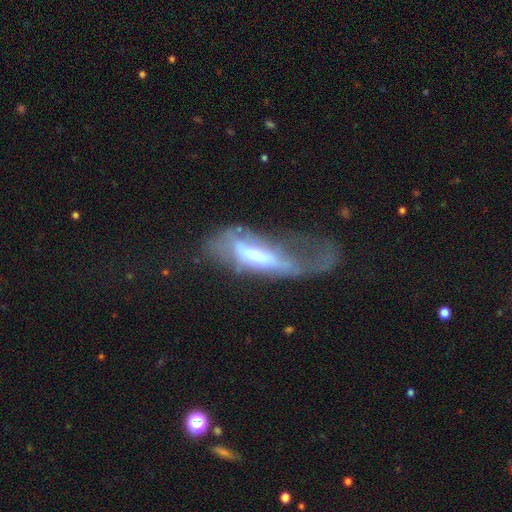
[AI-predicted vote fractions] Q: Smooth or featured?
A: featured or disk (53%); runner-up: smooth (39%)
Q: Edge-on disk?
A: no (70%); runner-up: yes (30%)
Q: Merging?
A: major disturbance (62%); runner-up: minor disturbance (16%)